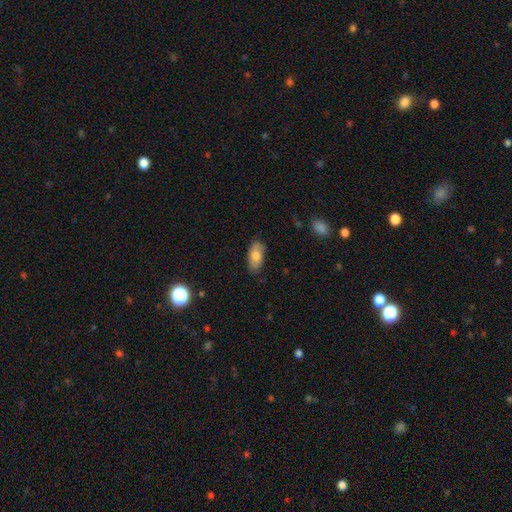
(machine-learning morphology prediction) smooth 76%, featured or disk 17%, star or artifact 7%. Down the decision tree: how rounded — in between (92%); merging — none (77%).